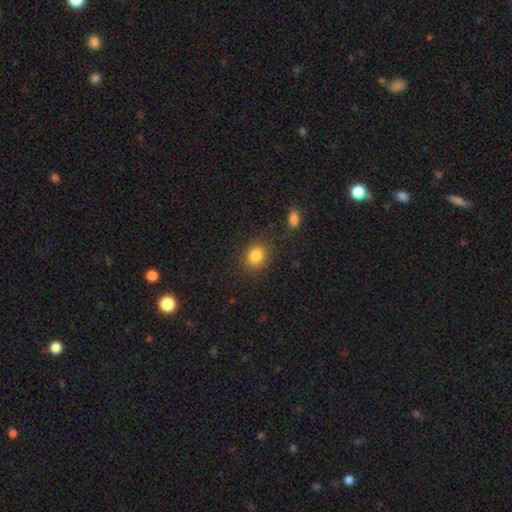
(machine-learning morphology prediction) Smooth or featured?
  - smooth: 84% *
  - star or artifact: 11%
  - featured or disk: 5%
How rounded?
  - round: 77% *
  - in between: 22%
  - cigar-shaped: 1%
Merging?
  - none: 84% *
  - minor disturbance: 9%
  - major disturbance: 3%
  - merger: 3%